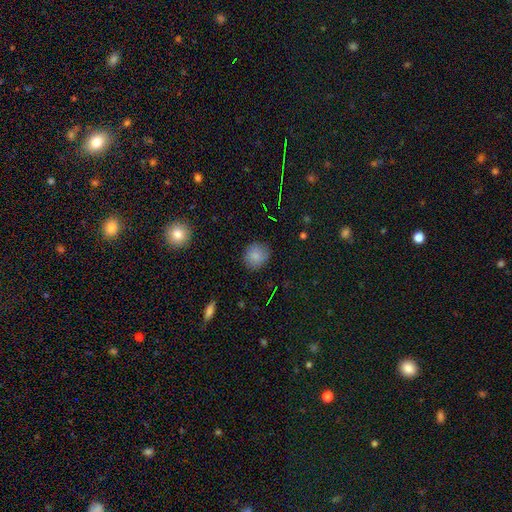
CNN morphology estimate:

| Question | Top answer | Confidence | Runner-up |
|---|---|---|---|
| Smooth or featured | smooth | 83% | star or artifact (10%) |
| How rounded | round | 85% | in between (14%) |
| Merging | none | 86% | minor disturbance (11%) |